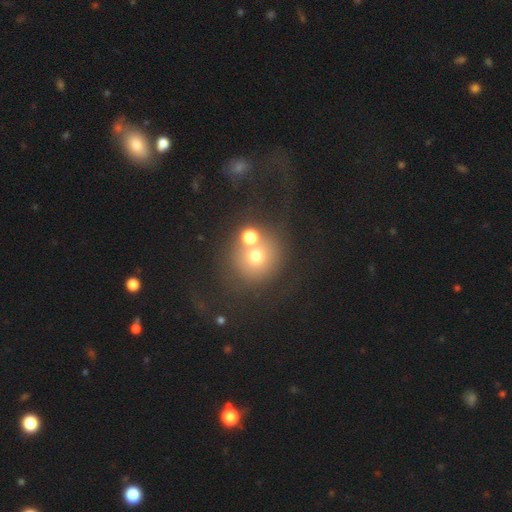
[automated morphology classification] A smooth galaxy with no disk features (63%) that is round (89%). Merging: none (52%).